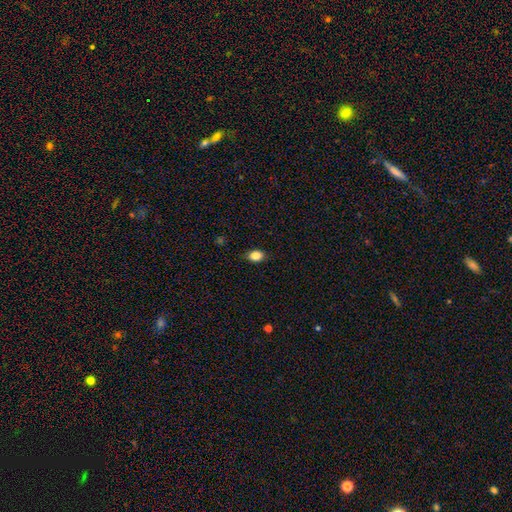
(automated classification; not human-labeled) This is clearly a smooth galaxy (85%). How rounded: likely in between (75%). Merging: clearly none (86%).